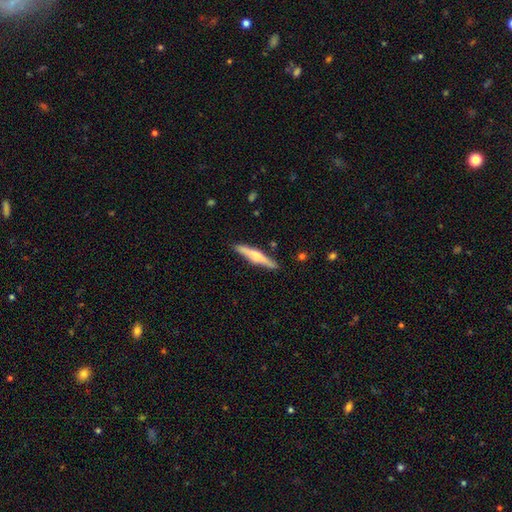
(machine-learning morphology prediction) Overall: featured or disk (55%; smooth 39%). Edge-on disk: yes (97%). Edge-on bulge: rounded (78%). Merging: none (88%).